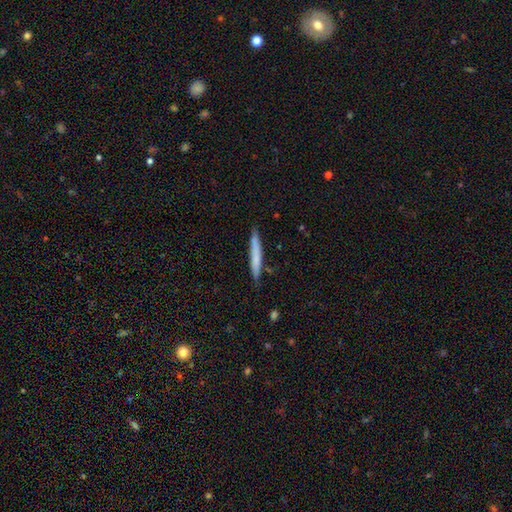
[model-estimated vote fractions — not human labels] smooth-or-featured: smooth: 67% | featured or disk: 27% | star or artifact: 6%
  how-rounded: cigar-shaped: 96% | in between: 3% | round: 1%
  merging: none: 85% | minor disturbance: 11% | major disturbance: 2% | merger: 2%